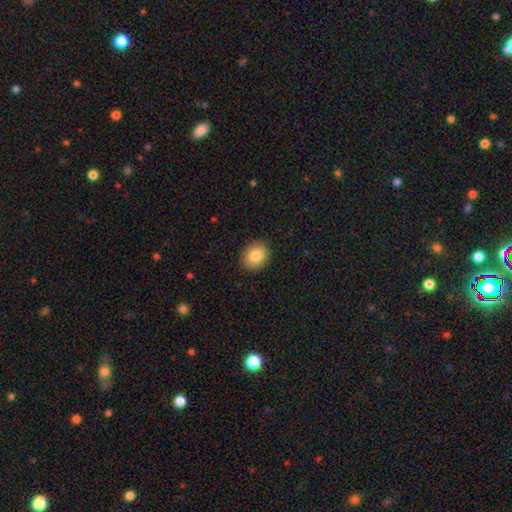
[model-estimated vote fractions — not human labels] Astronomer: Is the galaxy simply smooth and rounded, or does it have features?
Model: smooth — 84%.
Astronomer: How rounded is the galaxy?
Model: round — 63%.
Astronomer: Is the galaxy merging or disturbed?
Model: none — 90%.